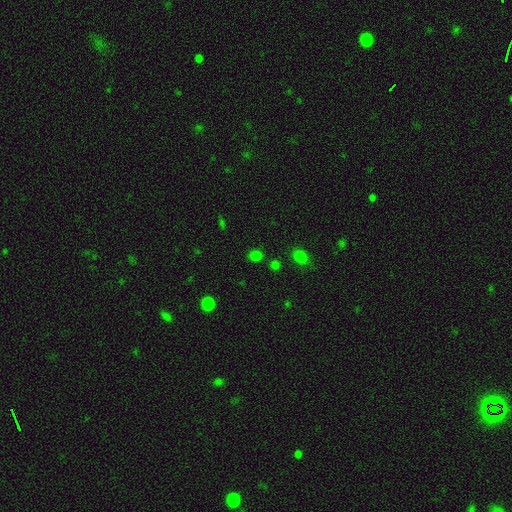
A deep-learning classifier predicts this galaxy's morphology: smooth_or_featured: smooth (p=0.69) [alt: star or artifact p=0.27]
how_rounded: round (p=0.76) [alt: in between p=0.23]
merging: none (p=0.83) [alt: minor disturbance p=0.09]